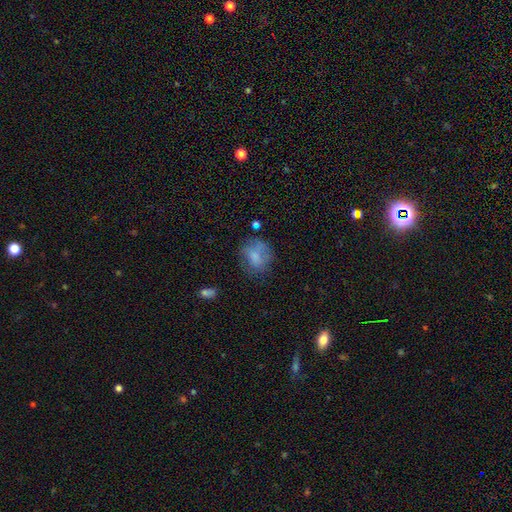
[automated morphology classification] Smooth or featured? smooth (68%)
How rounded? round (66%)
Merging? none (52%)